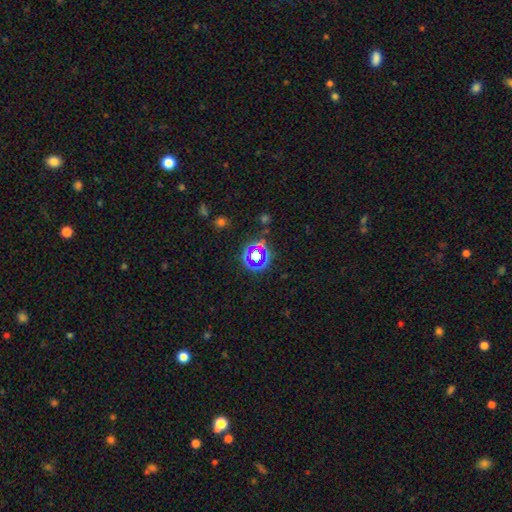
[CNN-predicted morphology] Smooth or featured: star or artifact — 63% (smooth — 25%)